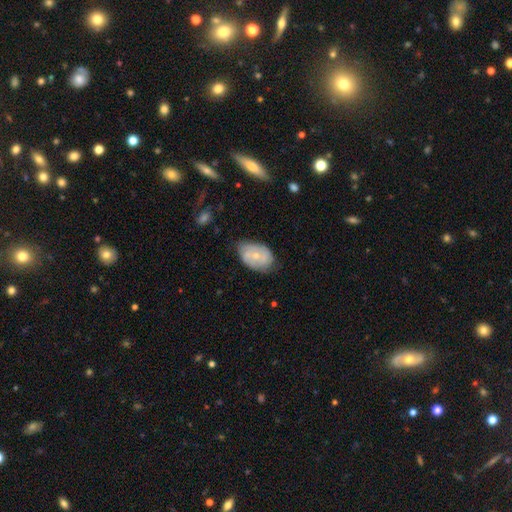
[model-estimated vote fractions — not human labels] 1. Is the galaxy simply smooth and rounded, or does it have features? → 49% featured or disk, 45% smooth, 7% star or artifact.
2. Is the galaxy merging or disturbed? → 61% none, 30% minor disturbance, 7% major disturbance, 2% merger.